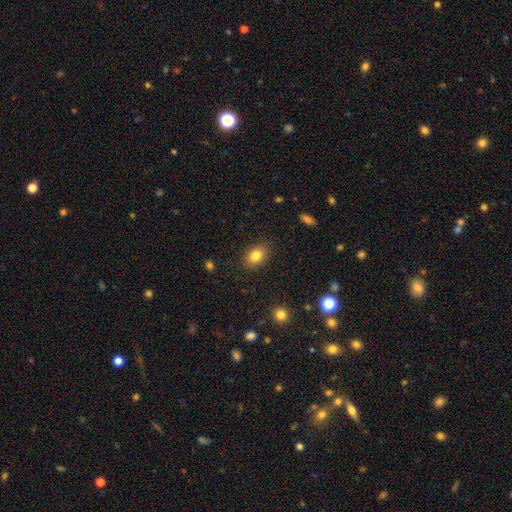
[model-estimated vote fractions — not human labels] smooth-or-featured: smooth: 83% | star or artifact: 10% | featured or disk: 8%
  how-rounded: in between: 73% | round: 26% | cigar-shaped: 1%
  merging: none: 85% | minor disturbance: 11% | major disturbance: 3% | merger: 1%